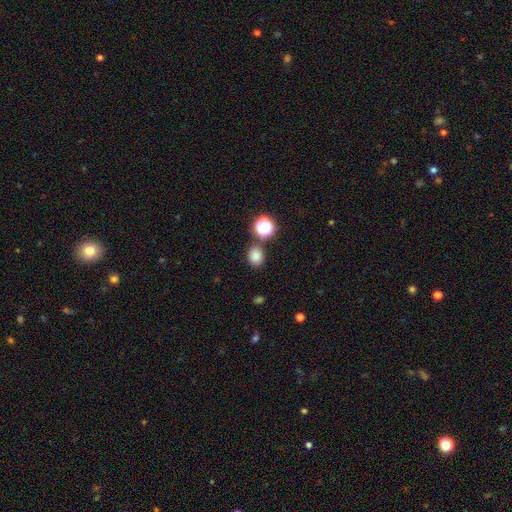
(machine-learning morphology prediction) This is likely a smooth galaxy (79%). How rounded: likely round (61%). Merging: likely none (77%).